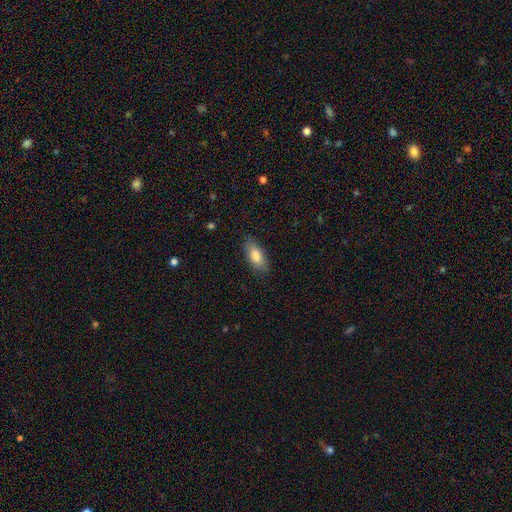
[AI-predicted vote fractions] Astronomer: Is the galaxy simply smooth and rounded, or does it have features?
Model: smooth — 82%.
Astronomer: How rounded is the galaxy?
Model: in between — 84%.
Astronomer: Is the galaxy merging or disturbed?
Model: none — 83%.